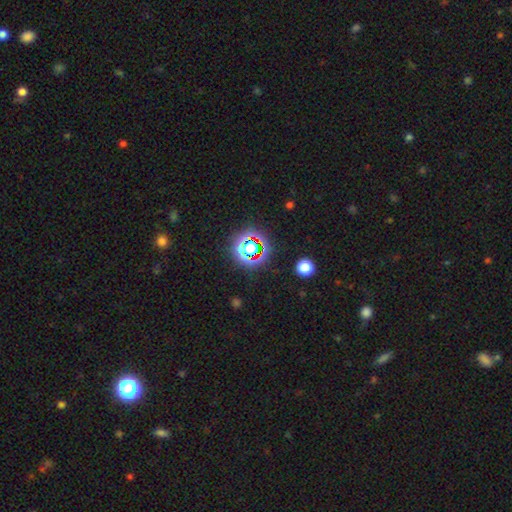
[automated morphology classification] This is likely a star or artifact rather than a galaxy (76%).